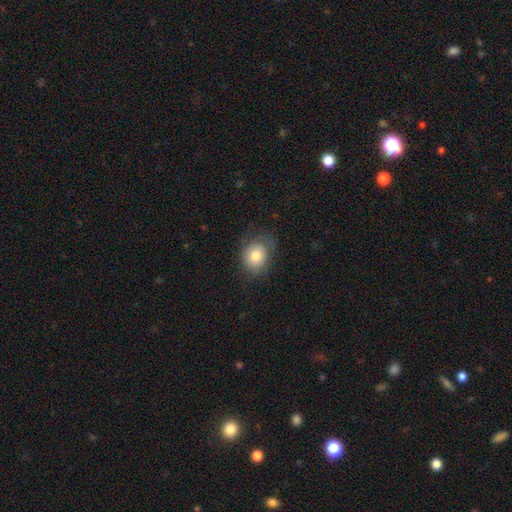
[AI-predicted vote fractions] Smooth or featured? smooth (74%)
How rounded? round (51%)
Merging? none (66%)